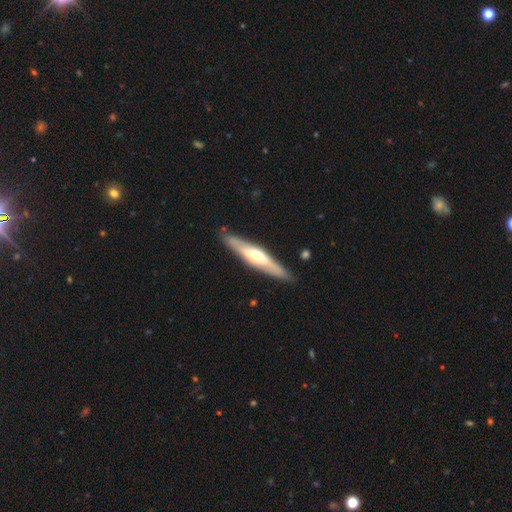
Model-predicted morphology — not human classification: Overall: featured or disk (60%; smooth 35%). Edge-on disk: yes (85%). Edge-on bulge: rounded (83%). Merging: none (87%).